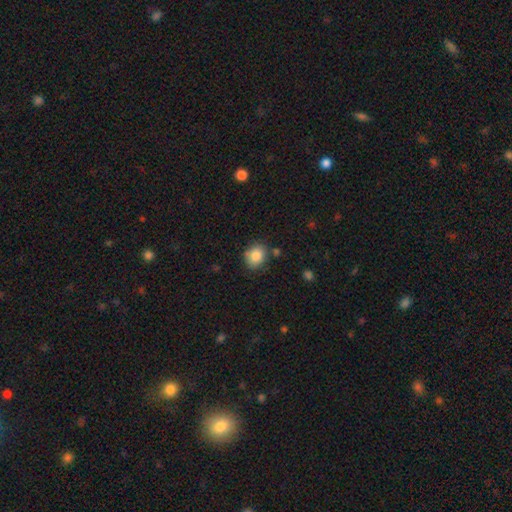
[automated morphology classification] Q: Smooth or featured?
A: smooth (85%); runner-up: star or artifact (9%)
Q: How rounded?
A: round (64%); runner-up: in between (35%)
Q: Merging?
A: none (77%); runner-up: minor disturbance (15%)